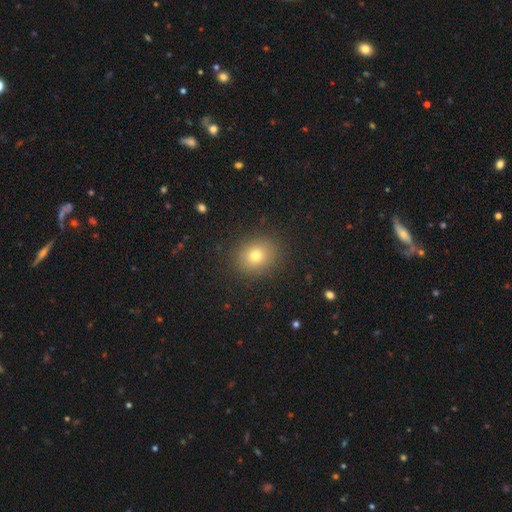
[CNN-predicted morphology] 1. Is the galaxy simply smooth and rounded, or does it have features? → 76% smooth, 13% star or artifact, 10% featured or disk.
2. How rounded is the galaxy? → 71% round, 28% in between, 1% cigar-shaped.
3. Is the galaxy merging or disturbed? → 89% none, 8% minor disturbance, 3% major disturbance, 1% merger.